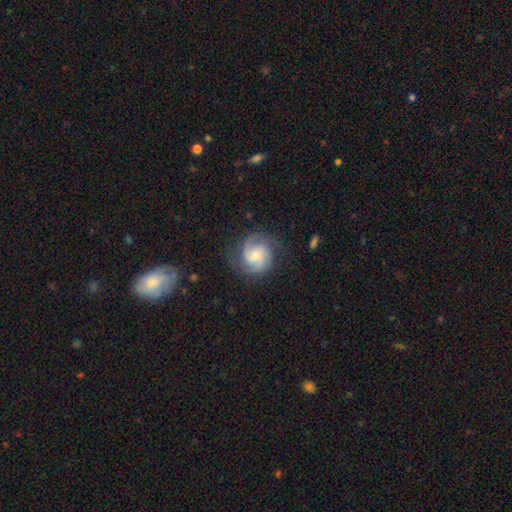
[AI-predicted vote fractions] Smooth or featured? Predicted: featured or disk (p=0.79). Edge-on disk? Predicted: no (p=0.98). Bar? Predicted: no (p=0.64). Spiral arms? Predicted: yes (p=0.96). Spiral winding? Predicted: medium (p=0.46). Spiral arm count? Predicted: 2 (p=0.46). Bulge size? Predicted: small (p=0.52). Merging? Predicted: none (p=0.73).